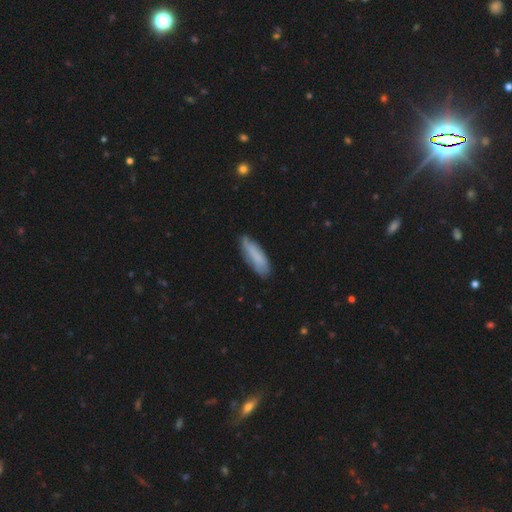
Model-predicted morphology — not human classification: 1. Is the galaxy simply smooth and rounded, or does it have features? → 76% smooth, 17% featured or disk, 7% star or artifact.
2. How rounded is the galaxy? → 55% cigar-shaped, 43% in between, 1% round.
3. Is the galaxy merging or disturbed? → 69% none, 25% minor disturbance, 5% major disturbance, 2% merger.